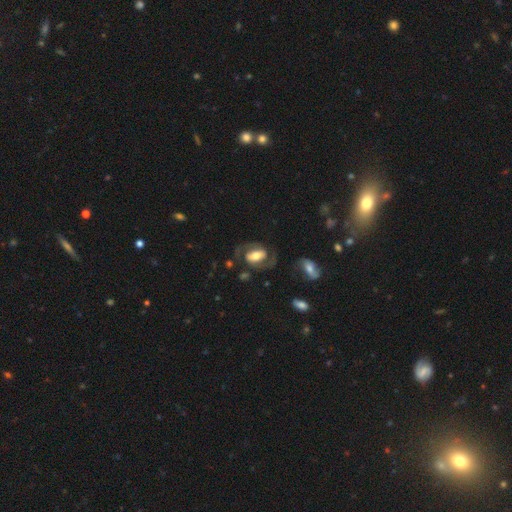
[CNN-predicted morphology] type=featured or disk (72%); edge-on=no (95%); bar=strong (36%); spiral arms=yes (86%); winding=medium (52%); arm count=2 (89%); bulge=moderate (46%); merging=none (67%).